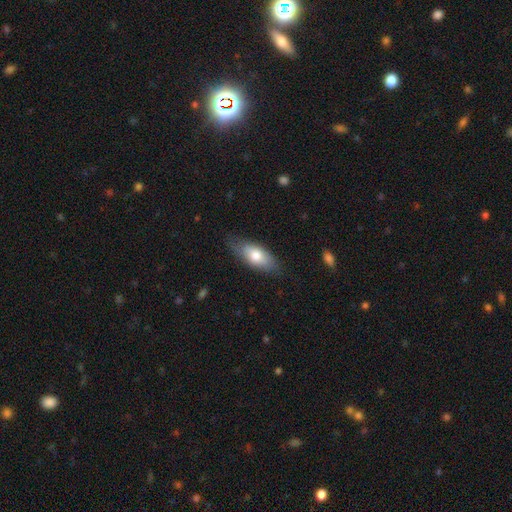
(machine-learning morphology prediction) The model was most divided on "smooth or featured": smooth: 73%, featured or disk: 21%, star or artifact: 6%. More confident: how rounded — in between (82%); merging — none (74%).